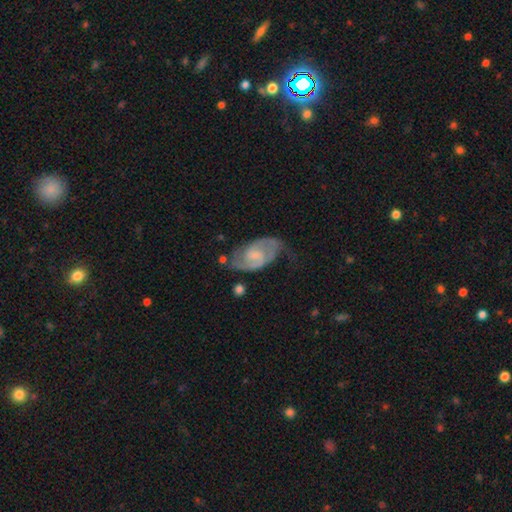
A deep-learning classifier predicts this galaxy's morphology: Smooth or featured? featured or disk (84%)
Edge-on disk? no (97%)
Bar? weak (50%)
Spiral arms? yes (96%)
Spiral winding? medium (51%)
Spiral arm count? 2 (88%)
Bulge size? small (45%)
Merging? none (61%)